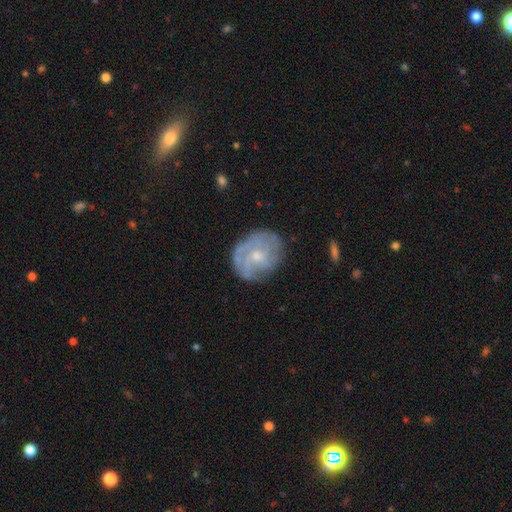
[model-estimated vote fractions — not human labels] Overall: featured or disk (67%). Edge-on disk: no (97%). Bar: no (73%). Spiral arms: yes (75%). Bulge size: small (55%; moderate 39%). Merging: none (71%).